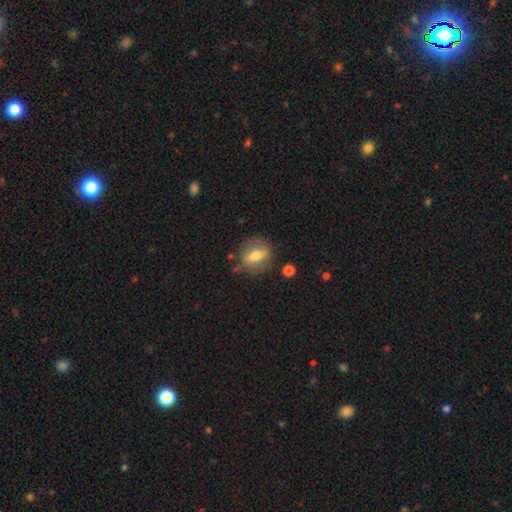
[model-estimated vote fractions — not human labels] smooth_or_featured: smooth (p=0.56) [alt: featured or disk p=0.36]
how_rounded: round (p=0.47) [alt: in between p=0.46]
merging: none (p=0.78) [alt: minor disturbance p=0.14]